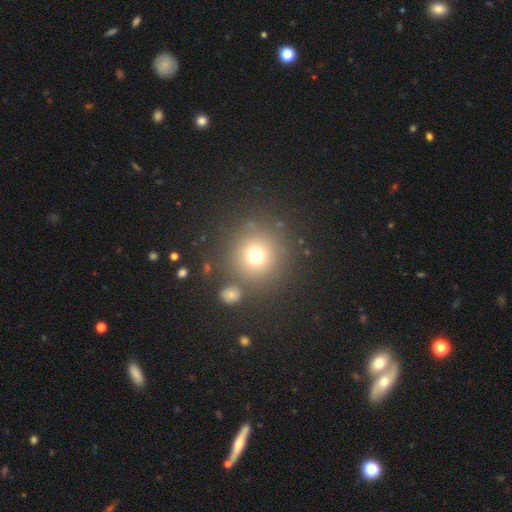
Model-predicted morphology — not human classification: smooth 72%, star or artifact 18%, featured or disk 10%. Down the decision tree: how rounded — round (93%); merging — none (80%).